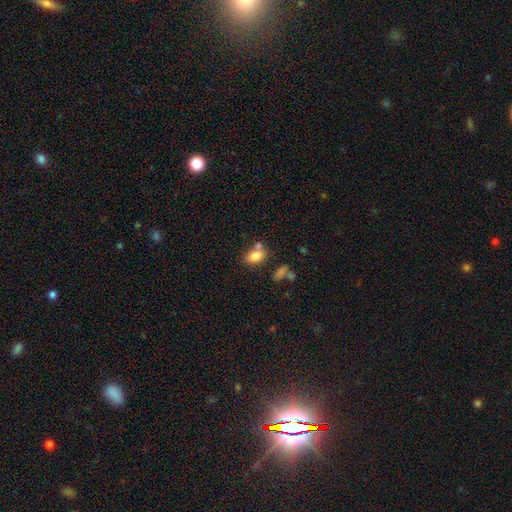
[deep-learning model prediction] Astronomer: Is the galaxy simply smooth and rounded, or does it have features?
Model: smooth — 81%.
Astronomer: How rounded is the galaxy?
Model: in between — 86%.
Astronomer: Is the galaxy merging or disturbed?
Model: none — 55%.